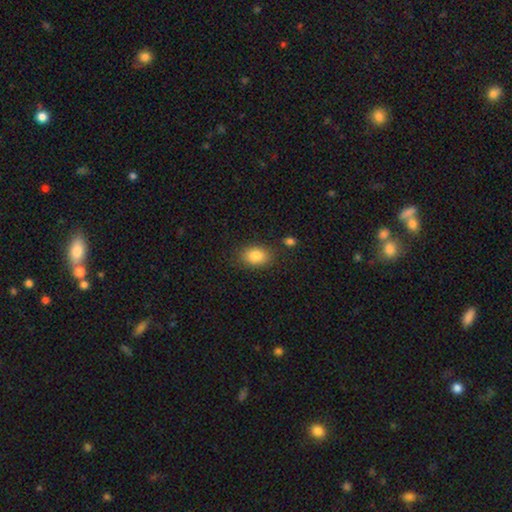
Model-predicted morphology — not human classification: Smooth or featured? smooth (85%)
How rounded? in between (81%)
Merging? none (82%)